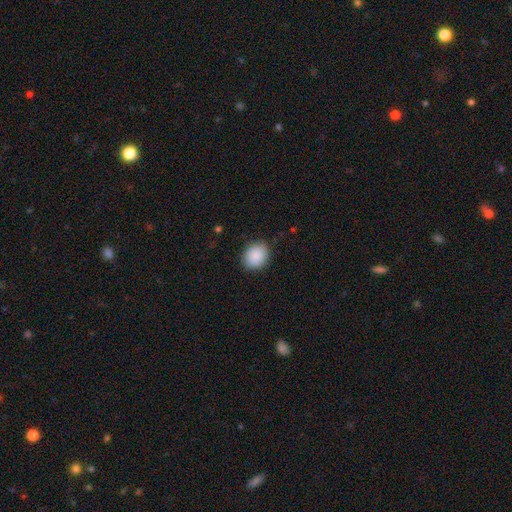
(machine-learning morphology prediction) Smooth or featured? smooth (90%)
How rounded? round (56%)
Merging? none (87%)